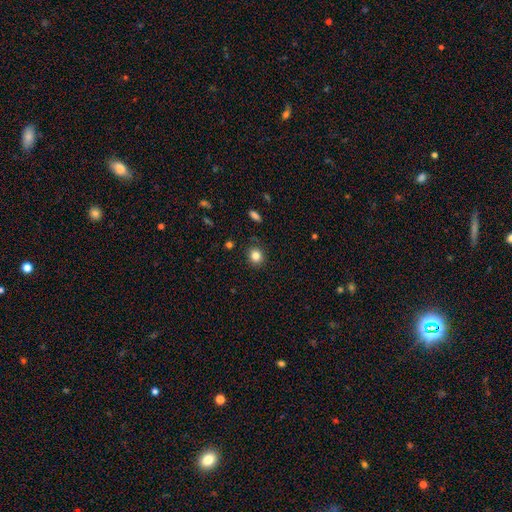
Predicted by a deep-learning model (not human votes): Overall: smooth (83%). How rounded: round (81%). Merging: none (88%).